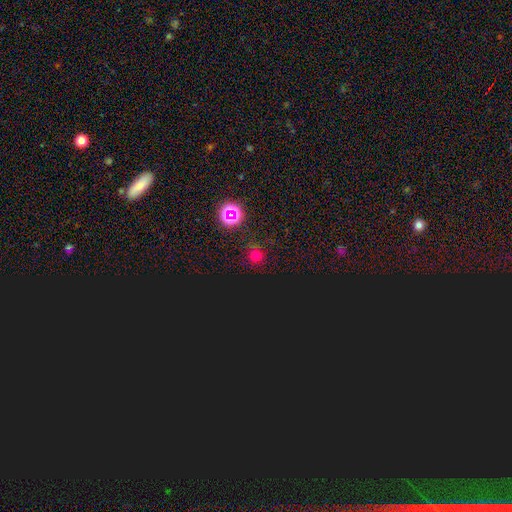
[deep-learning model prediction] Smooth or featured? smooth (56%)
How rounded? round (94%)
Merging? none (84%)